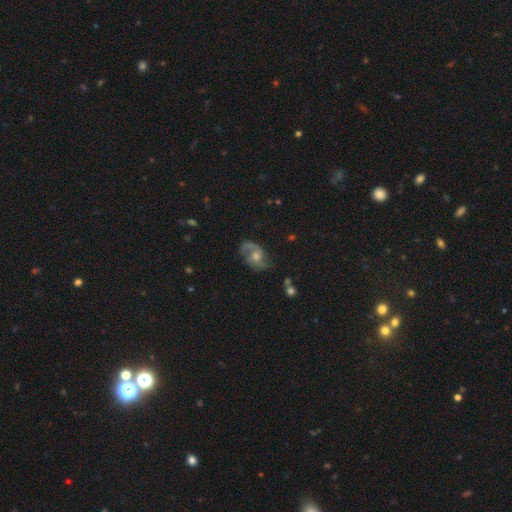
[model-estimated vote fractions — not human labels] A featured or disk galaxy (76%) with no bar (66%), 2 (81%) medium (49%) spiral arms (92%) and a moderate central bulge (63%).

Vote fractions:
- Smooth or featured? featured or disk: 76% / smooth: 13% / star or artifact: 10%
- Edge-on disk? no: 97% / yes: 3%
- Bar? no: 66% / weak: 29% / strong: 5%
- Spiral arms? yes: 92% / no: 8%
- Spiral winding? medium: 49% / loose: 31% / tight: 20%
- Spiral arm count? 2: 81% / can't tell: 7% / 1: 7% / 3: 2% / 4: 1% / more than 4: 1%
- Bulge size? moderate: 63% / small: 25% / large: 7% / none: 3% / dominant: 1%
- Merging? none: 70% / minor disturbance: 18% / major disturbance: 9% / merger: 3%